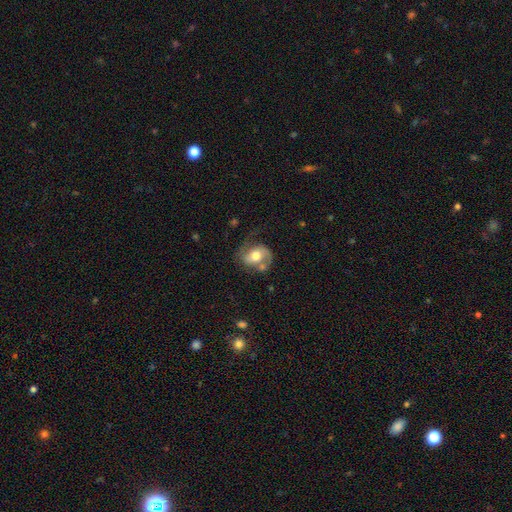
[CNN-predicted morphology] Smooth or featured? Predicted: featured or disk (p=0.65). Edge-on disk? Predicted: no (p=0.97). Bar? Predicted: no (p=0.53). Spiral arms? Predicted: yes (p=0.85). Spiral winding? Predicted: medium (p=0.46). Spiral arm count? Predicted: 2 (p=0.71). Bulge size? Predicted: moderate (p=0.65). Merging? Predicted: none (p=0.47).